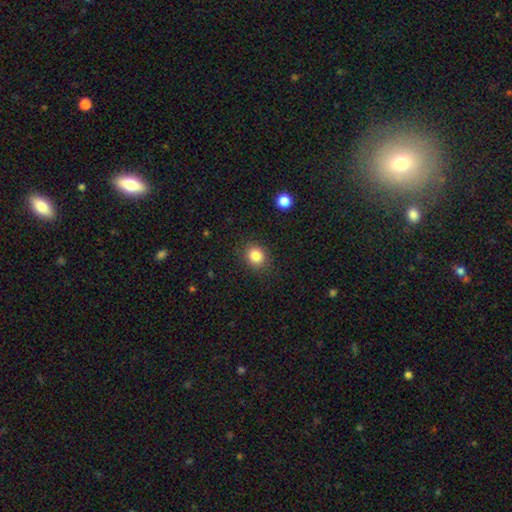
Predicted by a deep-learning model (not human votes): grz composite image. It shows a smooth galaxy with no disk features (84%) that is round (70%). Merging: none (87%).